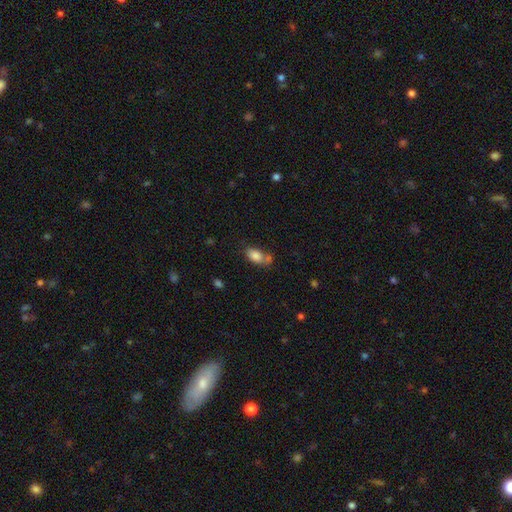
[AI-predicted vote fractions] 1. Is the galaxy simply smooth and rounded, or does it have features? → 82% smooth, 10% featured or disk, 8% star or artifact.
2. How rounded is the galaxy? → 89% in between, 7% round, 4% cigar-shaped.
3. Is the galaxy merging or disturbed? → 47% none, 25% merger, 21% minor disturbance, 8% major disturbance.